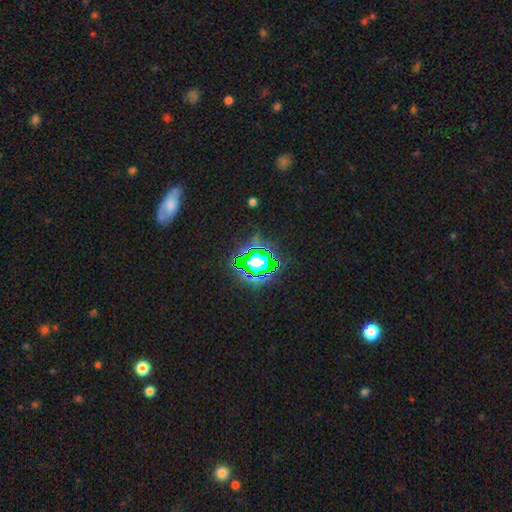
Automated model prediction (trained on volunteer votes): Q: Smooth or featured?
A: star or artifact (76%); runner-up: smooth (15%)